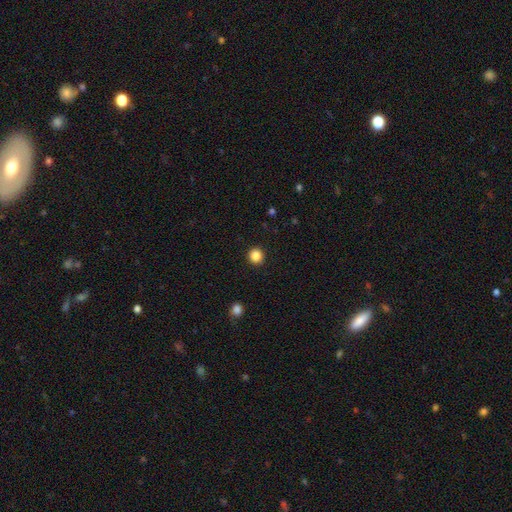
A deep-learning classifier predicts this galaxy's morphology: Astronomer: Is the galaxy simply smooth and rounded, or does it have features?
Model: smooth — 86%.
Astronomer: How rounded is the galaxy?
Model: round — 94%.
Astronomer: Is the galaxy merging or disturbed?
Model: none — 93%.